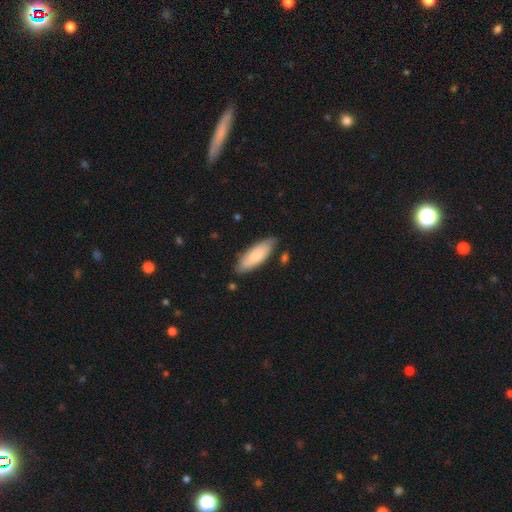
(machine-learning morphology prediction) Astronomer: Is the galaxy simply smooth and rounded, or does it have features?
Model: smooth — 78%.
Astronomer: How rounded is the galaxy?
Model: in between — 64%.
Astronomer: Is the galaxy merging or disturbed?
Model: none — 75%.